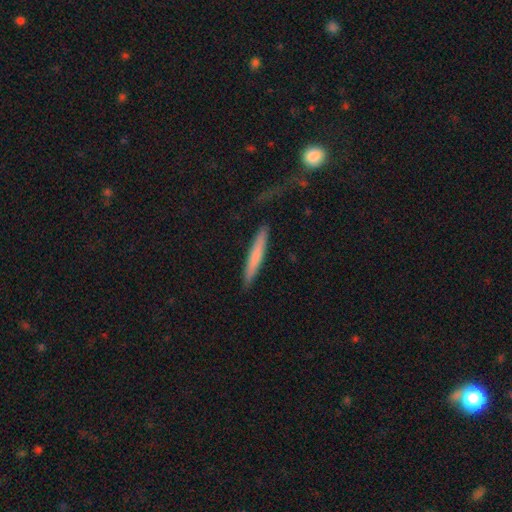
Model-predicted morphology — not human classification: A smooth galaxy with no disk features (65%) that is cigar-shaped (95%). Merging: none (81%).